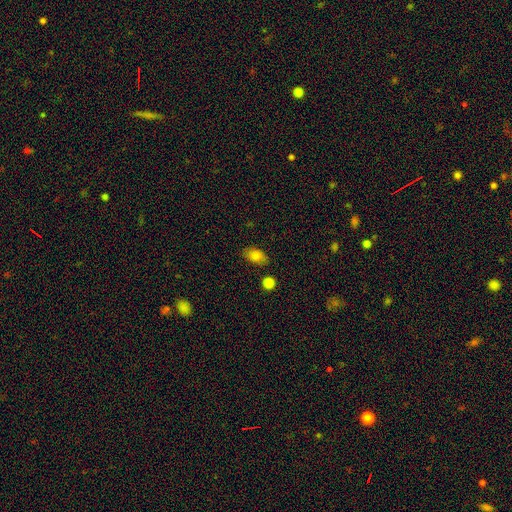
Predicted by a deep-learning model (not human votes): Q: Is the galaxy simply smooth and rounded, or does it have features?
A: smooth — 81%.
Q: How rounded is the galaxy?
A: in between — 88%.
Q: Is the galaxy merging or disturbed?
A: none — 81%.